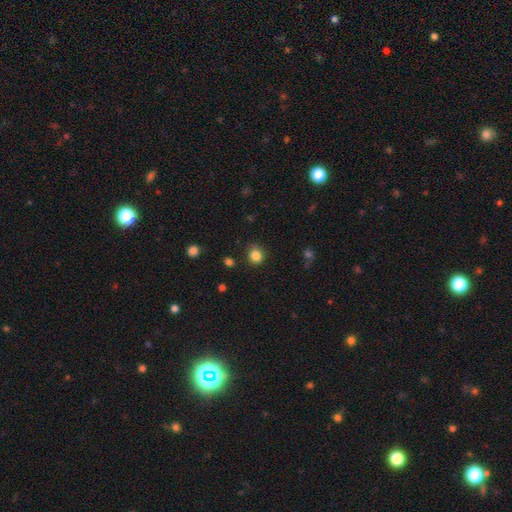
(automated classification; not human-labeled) smooth-or-featured: smooth: 84% | star or artifact: 12% | featured or disk: 4%
  how-rounded: round: 75% | in between: 24% | cigar-shaped: 1%
  merging: none: 82% | minor disturbance: 13% | major disturbance: 3% | merger: 2%